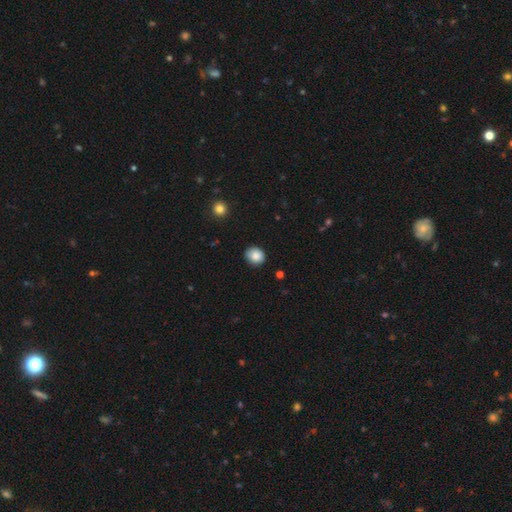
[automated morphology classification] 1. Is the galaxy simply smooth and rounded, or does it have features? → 87% smooth, 9% star or artifact, 4% featured or disk.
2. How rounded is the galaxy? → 69% round, 30% in between, 1% cigar-shaped.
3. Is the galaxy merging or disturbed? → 84% none, 12% minor disturbance, 2% major disturbance, 1% merger.